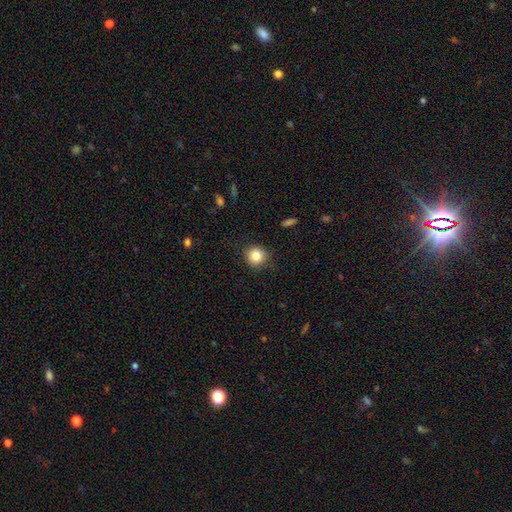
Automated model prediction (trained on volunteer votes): Smooth or featured? smooth (83%)
How rounded? round (89%)
Merging? none (85%)